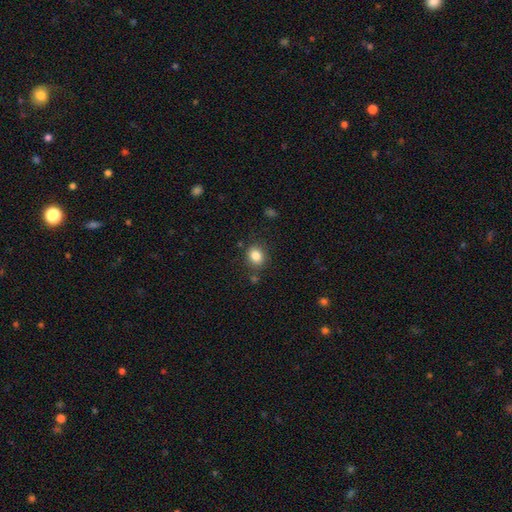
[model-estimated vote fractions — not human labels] This is clearly a smooth galaxy (84%). How rounded: possibly round (59%). Merging: clearly none (82%).